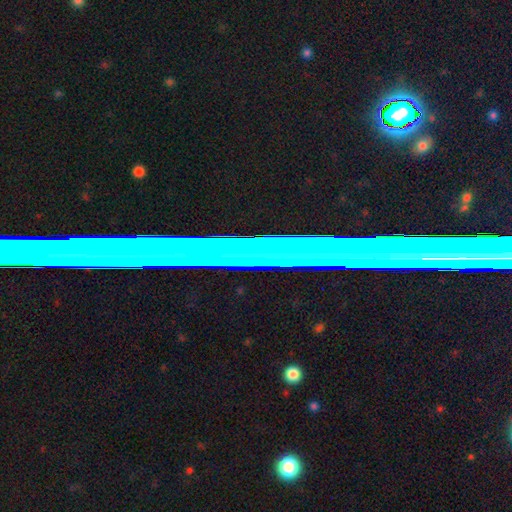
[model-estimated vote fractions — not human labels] Smooth or featured: star or artifact — 57% (featured or disk — 30%)